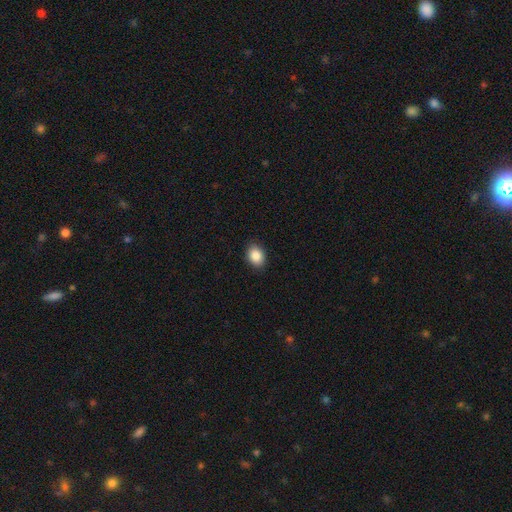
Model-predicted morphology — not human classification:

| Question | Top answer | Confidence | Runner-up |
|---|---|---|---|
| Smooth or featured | smooth | 88% | star or artifact (8%) |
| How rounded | in between | 70% | round (29%) |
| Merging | none | 89% | minor disturbance (8%) |